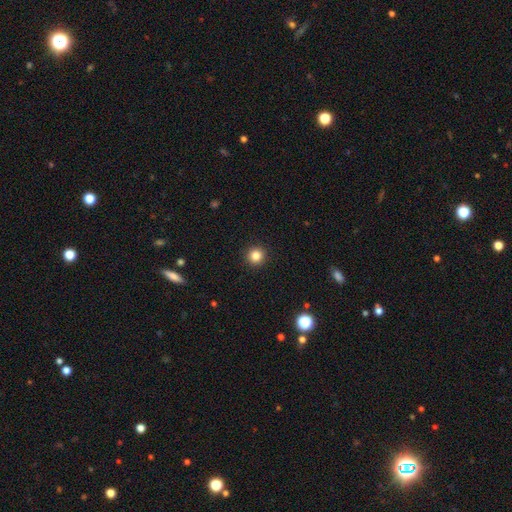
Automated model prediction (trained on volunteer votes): A smooth galaxy with no disk features (83%) that is round (95%).

Vote fractions:
- Smooth or featured? smooth: 83% / star or artifact: 12% / featured or disk: 5%
- How rounded? round: 95% / in between: 4% / cigar-shaped: 1%
- Merging? none: 93% / minor disturbance: 4% / major disturbance: 2% / merger: 1%